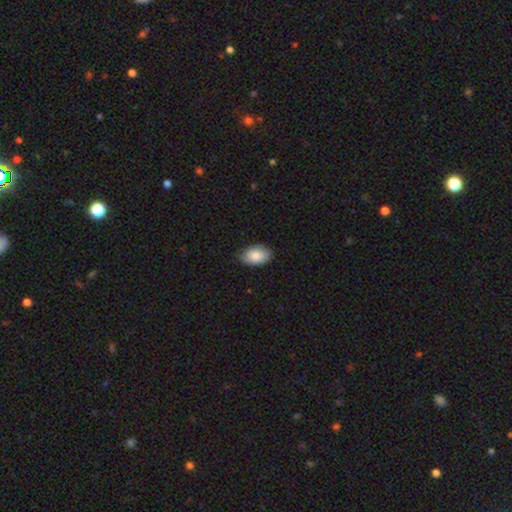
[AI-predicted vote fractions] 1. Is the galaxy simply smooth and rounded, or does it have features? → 86% smooth, 7% featured or disk, 6% star or artifact.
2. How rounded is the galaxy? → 93% in between, 6% round, 1% cigar-shaped.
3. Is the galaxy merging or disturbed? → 83% none, 14% minor disturbance, 2% major disturbance, 1% merger.